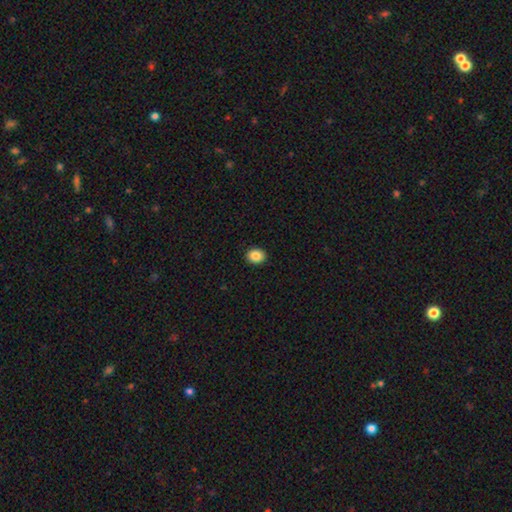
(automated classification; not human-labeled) A smooth galaxy with no disk features (87%) that is round (54%).

Vote fractions:
- Smooth or featured? smooth: 87% / star or artifact: 9% / featured or disk: 4%
- How rounded? round: 54% / in between: 45% / cigar-shaped: 1%
- Merging? none: 92% / minor disturbance: 6% / major disturbance: 2% / merger: 1%